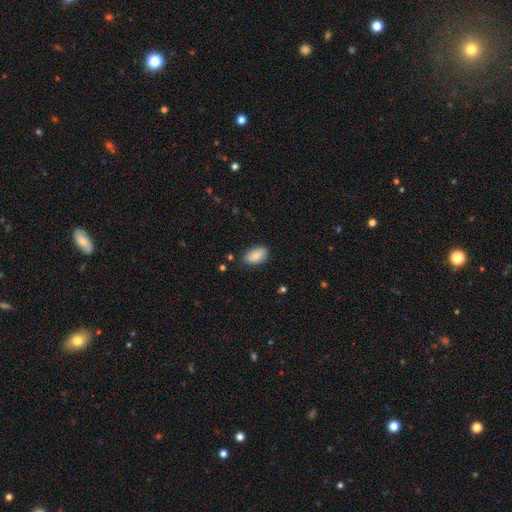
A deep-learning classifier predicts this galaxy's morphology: Smooth or featured? Predicted: smooth (p=0.85). How rounded? Predicted: in between (p=0.93). Merging? Predicted: none (p=0.75).